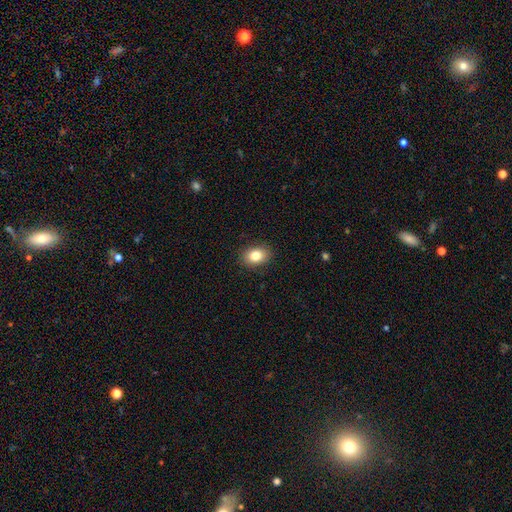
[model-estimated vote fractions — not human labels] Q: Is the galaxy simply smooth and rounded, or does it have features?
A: smooth — 83%.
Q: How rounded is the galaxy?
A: in between — 71%.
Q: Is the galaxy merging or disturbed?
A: none — 89%.